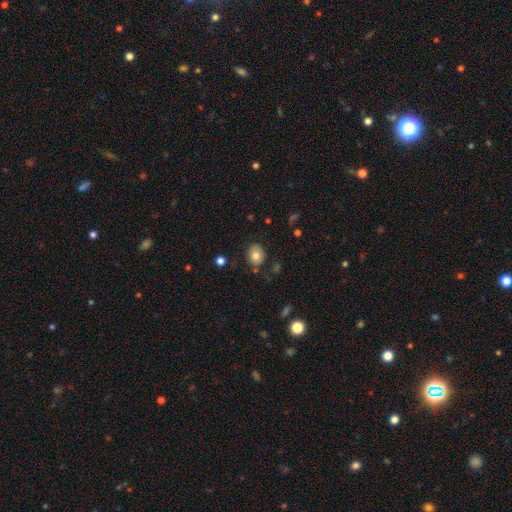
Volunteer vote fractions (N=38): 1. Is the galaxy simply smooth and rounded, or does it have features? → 87% smooth, 8% featured or disk, 5% star or artifact.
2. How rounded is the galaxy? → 76% round, 24% in between, 0% cigar-shaped.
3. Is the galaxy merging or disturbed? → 89% none, 8% minor disturbance, 3% major disturbance, 0% merger.